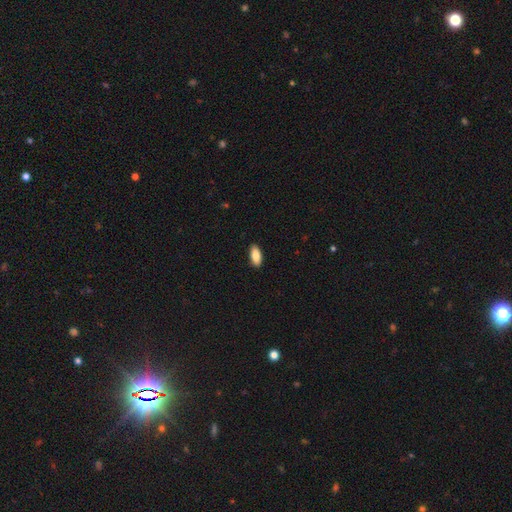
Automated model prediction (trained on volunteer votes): Overall: smooth (87%). How rounded: in between (86%). Merging: none (90%).